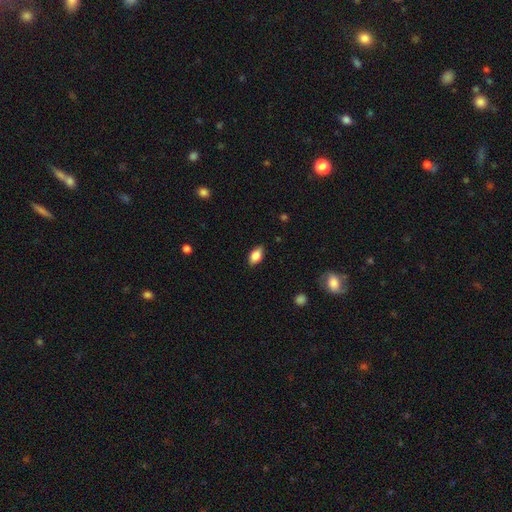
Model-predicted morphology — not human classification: The model was most divided on "smooth or featured": smooth: 80%, featured or disk: 12%, star or artifact: 8%. More confident: how rounded — in between (89%); merging — none (85%).